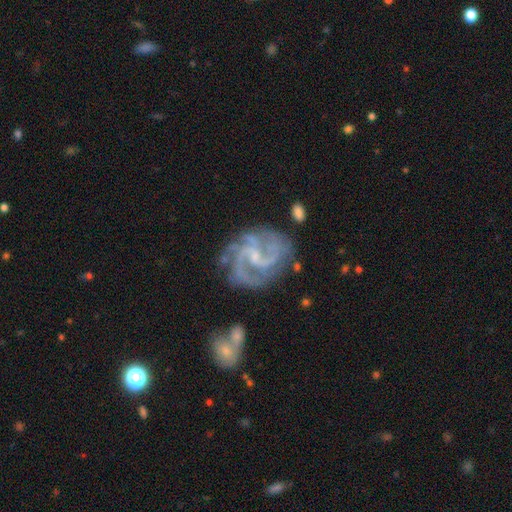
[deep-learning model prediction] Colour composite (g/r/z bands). It shows a featured or disk galaxy (91%) with a weak bar (48%), 2 (42%) medium (55%) spiral arms (98%) and a small central bulge (69%). Merging: none (68%).